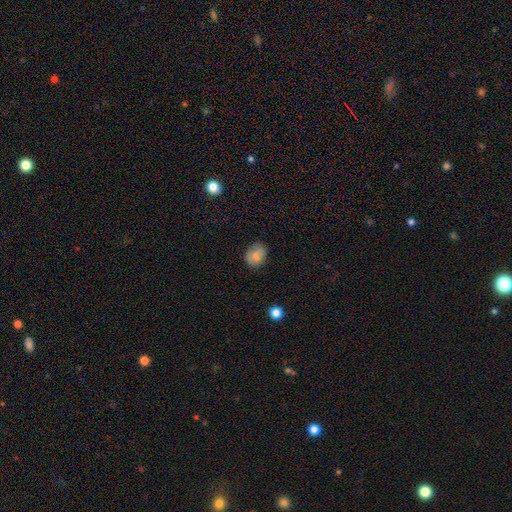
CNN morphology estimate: smooth-or-featured: smooth: 82% | featured or disk: 9% | star or artifact: 9%
  how-rounded: round: 50% | in between: 49% | cigar-shaped: 1%
  merging: none: 79% | minor disturbance: 16% | major disturbance: 4% | merger: 1%